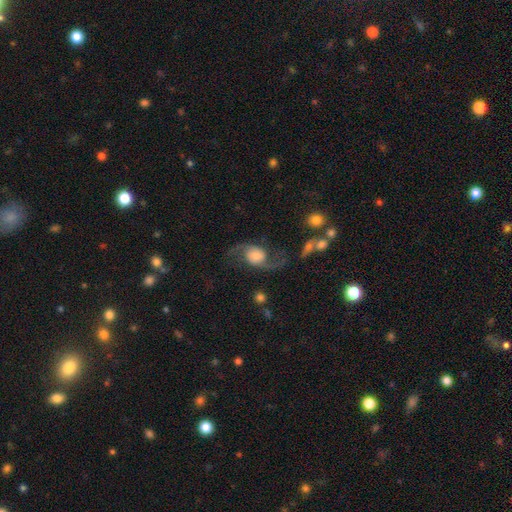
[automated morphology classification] This appears to be a featured or disk galaxy (84%) with no bar (63%), 2 (94%) loose (73%) spiral arms (96%) and a moderate central bulge (38%). Merging: none (67%).